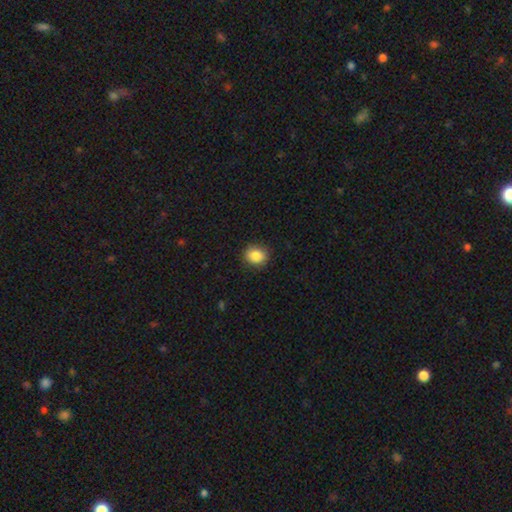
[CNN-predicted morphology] A smooth galaxy with no disk features (86%) that is round (68%). Merging: none (87%).